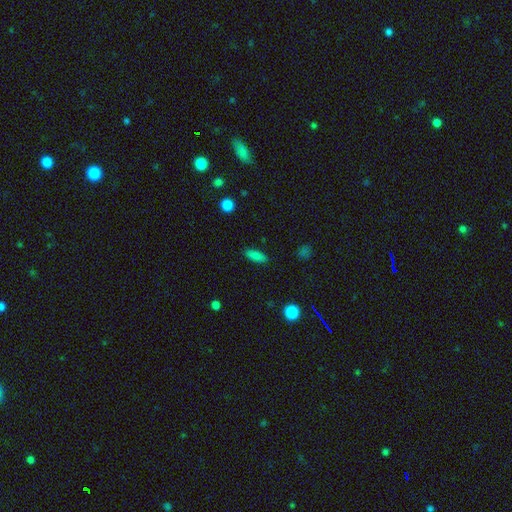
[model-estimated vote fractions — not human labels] Q: Smooth or featured?
A: smooth (84%); runner-up: star or artifact (9%)
Q: How rounded?
A: in between (62%); runner-up: cigar-shaped (35%)
Q: Merging?
A: none (87%); runner-up: minor disturbance (9%)